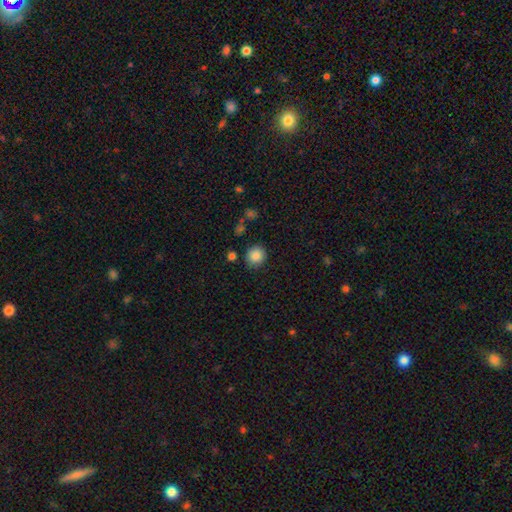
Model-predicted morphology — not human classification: A smooth galaxy with no disk features (87%) that is round (85%).

Vote fractions:
- Smooth or featured? smooth: 87% / star or artifact: 9% / featured or disk: 4%
- How rounded? round: 85% / in between: 14% / cigar-shaped: 1%
- Merging? none: 84% / minor disturbance: 10% / merger: 3% / major disturbance: 3%